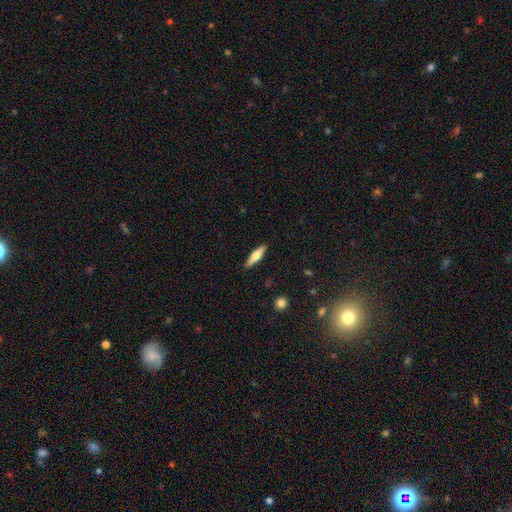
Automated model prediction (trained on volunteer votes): Smooth or featured? Predicted: featured or disk (p=0.49). Merging? Predicted: none (p=0.89).